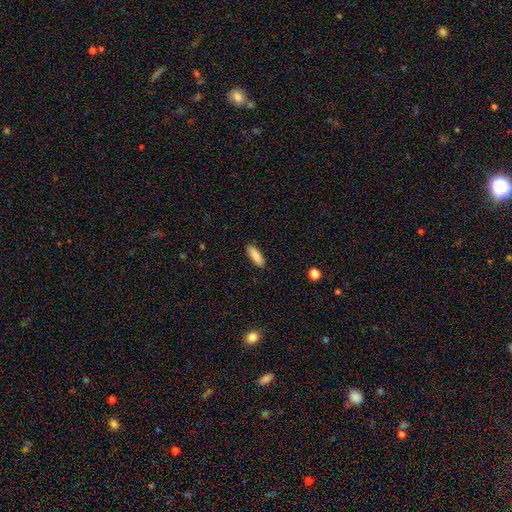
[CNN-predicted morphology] This appears to be a smooth galaxy with no disk features (87%) that is in between round and cigar-shaped (70%). Merging: none (88%).